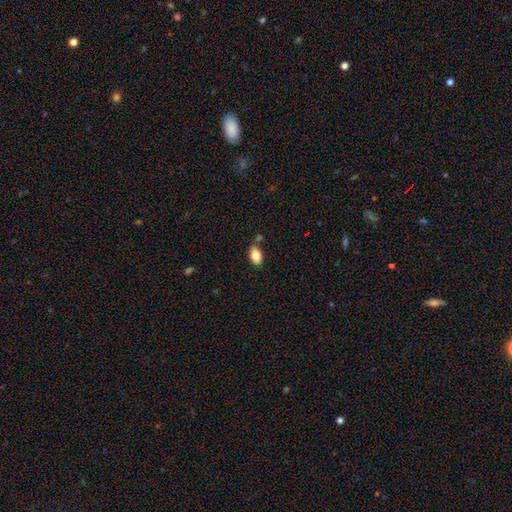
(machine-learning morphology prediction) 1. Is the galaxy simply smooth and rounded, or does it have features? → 83% smooth, 9% featured or disk, 8% star or artifact.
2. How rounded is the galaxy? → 91% in between, 8% round, 2% cigar-shaped.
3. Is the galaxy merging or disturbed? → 73% none, 15% minor disturbance, 10% merger, 3% major disturbance.